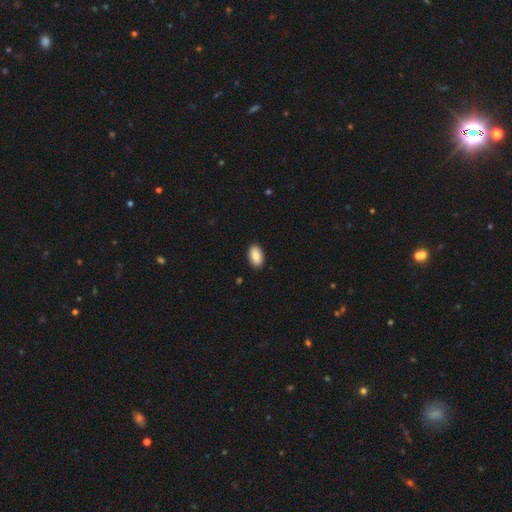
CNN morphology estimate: type=smooth (87%); roundness=in between (94%); merging=none (90%).